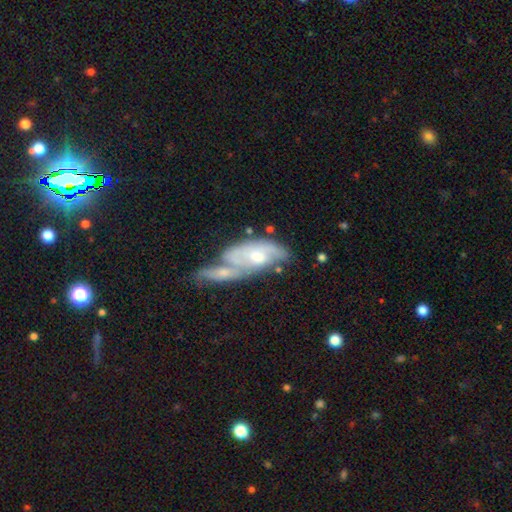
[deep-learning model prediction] smooth_or_featured: featured or disk (p=0.67) [alt: smooth p=0.27]
disk_edge_on: no (p=0.89) [alt: yes p=0.11]
bar: no (p=0.65) [alt: weak p=0.29]
has_spiral_arms: yes (p=0.78) [alt: no p=0.22]
bulge_size: moderate (p=0.57) [alt: small p=0.27]
merging: merger (p=0.53) [alt: none p=0.24]